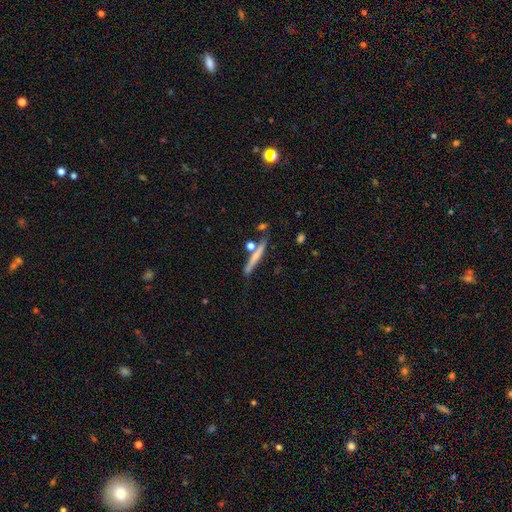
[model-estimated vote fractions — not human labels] smooth-or-featured: smooth: 54% | featured or disk: 39% | star or artifact: 7%
  how-rounded: cigar-shaped: 93% | in between: 4% | round: 3%
  merging: none: 72% | minor disturbance: 14% | merger: 11% | major disturbance: 4%